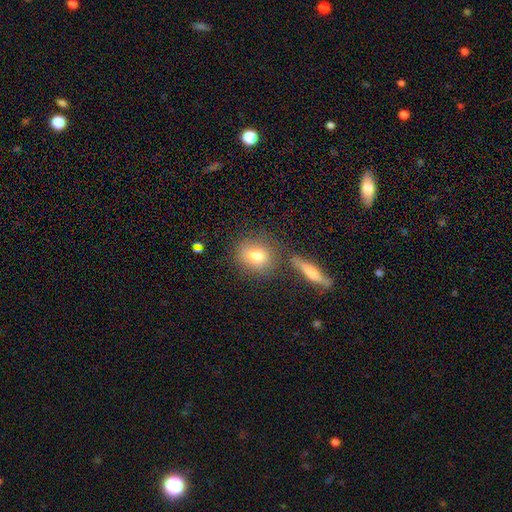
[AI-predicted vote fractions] Q: Smooth or featured?
A: smooth (77%); runner-up: featured or disk (13%)
Q: How rounded?
A: round (66%); runner-up: in between (31%)
Q: Merging?
A: none (70%); runner-up: merger (14%)